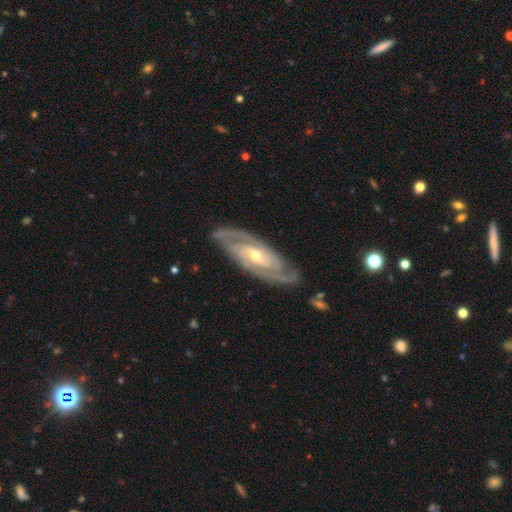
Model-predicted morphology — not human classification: Overall: featured or disk (90%). Edge-on disk: no (92%). Bar: no (43%; weak 38%). Spiral arms: yes (97%). Spiral arm count: 2 (74%). Spiral winding: tight (59%; medium 35%). Bulge size: small (49%; moderate 48%). Merging: none (83%).